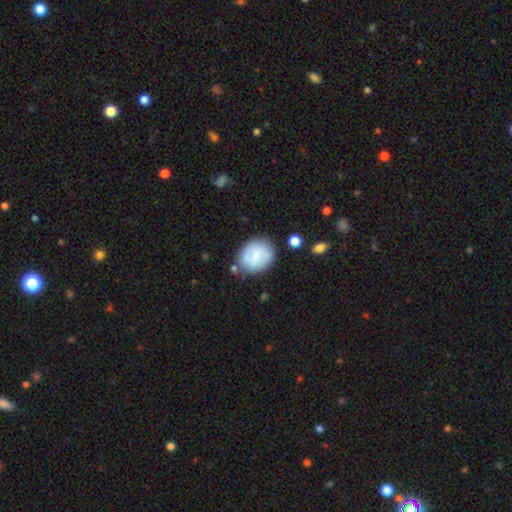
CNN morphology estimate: type=smooth (67%); roundness=round (63%); merging=none (70%).